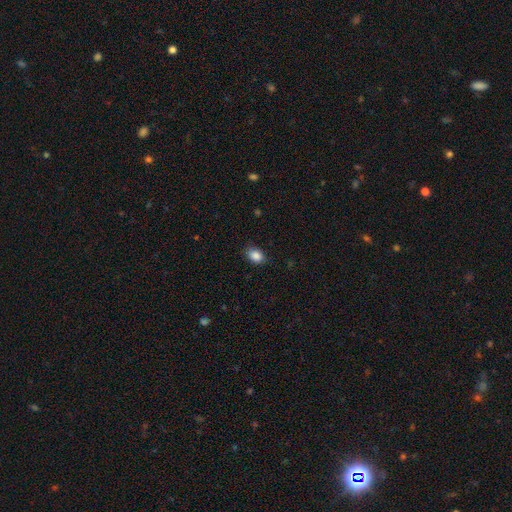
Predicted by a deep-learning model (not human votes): A smooth galaxy with no disk features (87%) that is in between round and cigar-shaped (76%). Merging: none (82%).